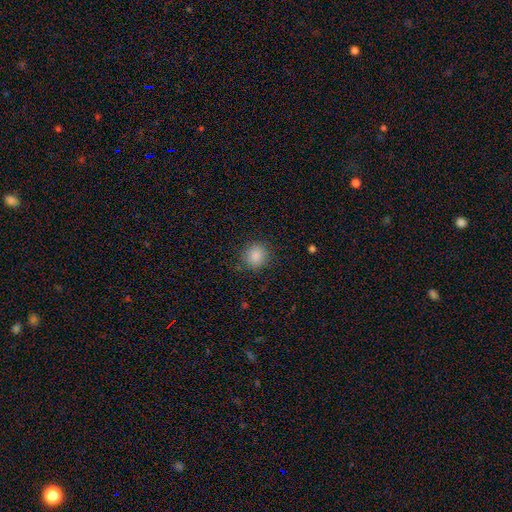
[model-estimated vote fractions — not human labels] Smooth or featured?
  - smooth: 86% *
  - star or artifact: 10%
  - featured or disk: 4%
How rounded?
  - round: 87% *
  - in between: 12%
  - cigar-shaped: 1%
Merging?
  - none: 85% *
  - minor disturbance: 10%
  - major disturbance: 4%
  - merger: 1%